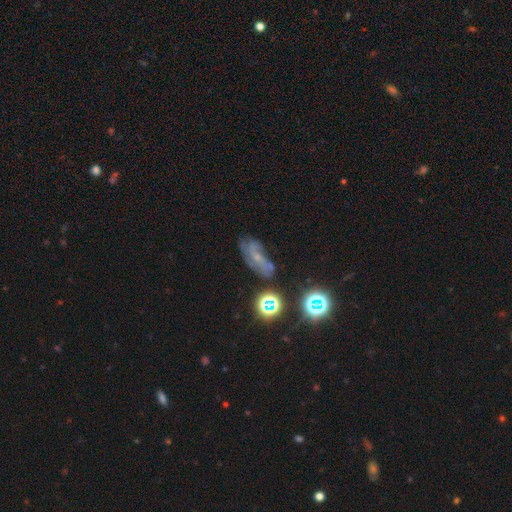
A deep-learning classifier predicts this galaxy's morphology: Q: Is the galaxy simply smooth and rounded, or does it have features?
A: featured or disk — 48%.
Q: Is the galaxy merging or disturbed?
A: none — 54%.